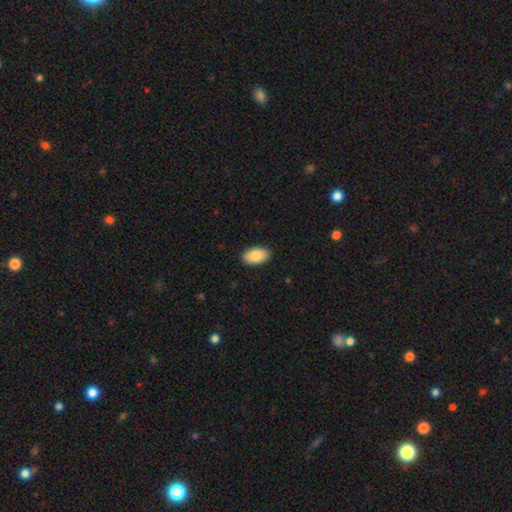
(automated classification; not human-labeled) smooth 86%, featured or disk 7%, star or artifact 6%. Down the decision tree: how rounded — in between (95%); merging — none (90%).